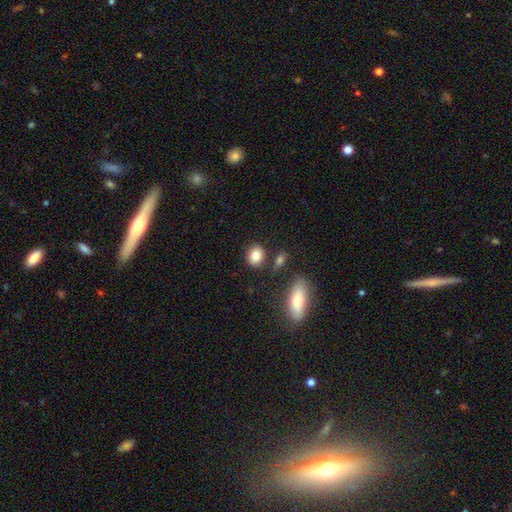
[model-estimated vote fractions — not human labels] Smooth or featured? Predicted: smooth (p=0.85). How rounded? Predicted: round (p=0.53). Merging? Predicted: none (p=0.77).